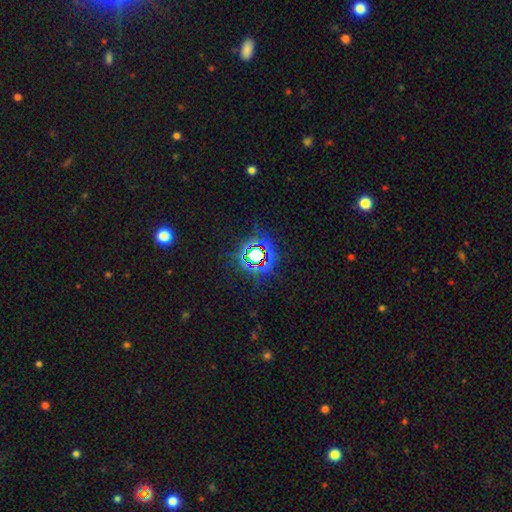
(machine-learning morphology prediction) A star or artifact, not a galaxy (76%).

Vote fractions:
- Smooth or featured? star or artifact: 76% / smooth: 15% / featured or disk: 9%